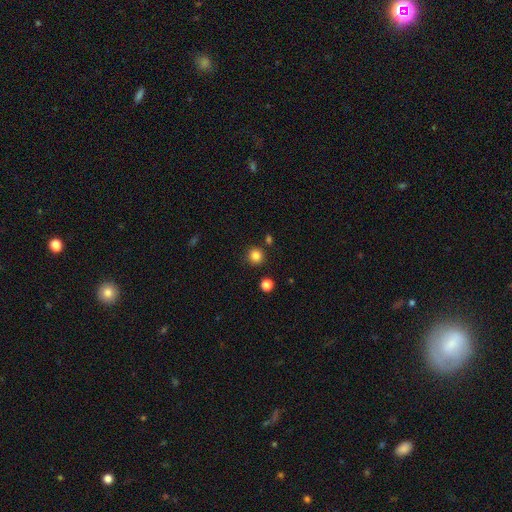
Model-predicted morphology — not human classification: Smooth or featured?
  - smooth: 84% *
  - star or artifact: 12%
  - featured or disk: 4%
How rounded?
  - round: 93% *
  - in between: 6%
  - cigar-shaped: 1%
Merging?
  - none: 88% *
  - minor disturbance: 6%
  - merger: 4%
  - major disturbance: 2%